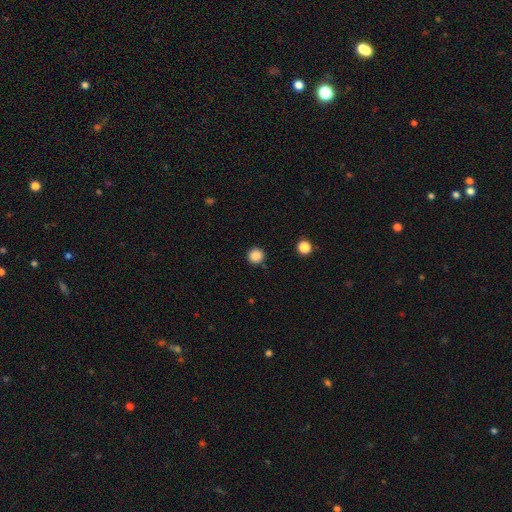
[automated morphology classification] Q: Smooth or featured?
A: smooth (86%); runner-up: star or artifact (11%)
Q: How rounded?
A: round (94%); runner-up: in between (5%)
Q: Merging?
A: none (90%); runner-up: minor disturbance (6%)